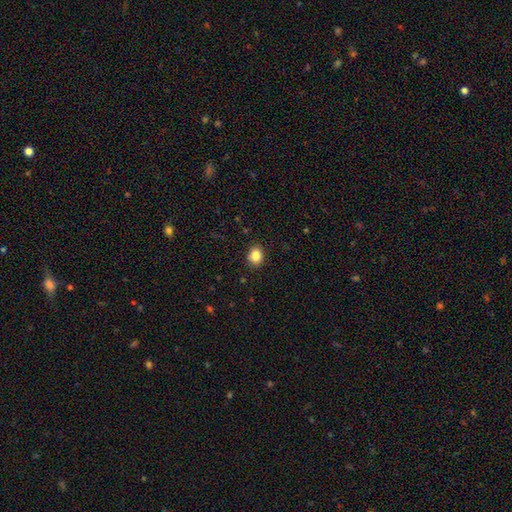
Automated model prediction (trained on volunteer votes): Smooth or featured?
  - smooth: 85% *
  - star or artifact: 10%
  - featured or disk: 5%
How rounded?
  - round: 58% *
  - in between: 41%
  - cigar-shaped: 1%
Merging?
  - none: 88% *
  - minor disturbance: 9%
  - major disturbance: 2%
  - merger: 1%